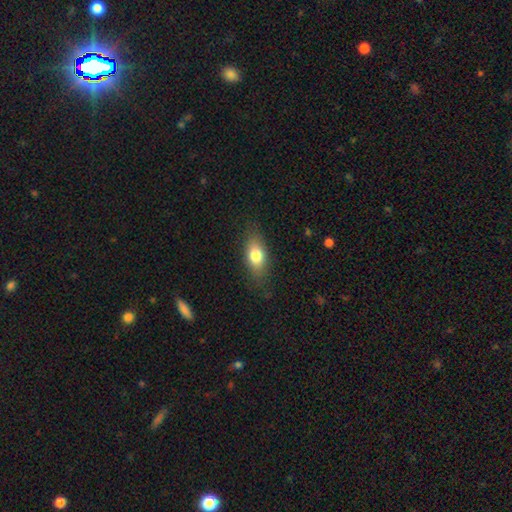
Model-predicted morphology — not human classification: smooth 78%, featured or disk 15%, star or artifact 8%. Down the decision tree: how rounded — in between (82%); merging — none (80%).